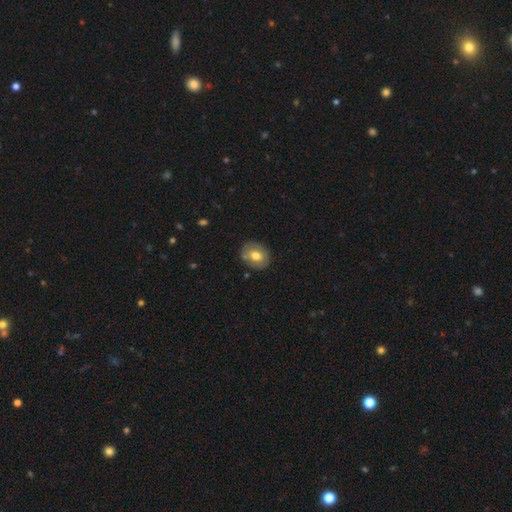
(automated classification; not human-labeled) Overall: smooth (67%). How rounded: round (56%; in between 43%). Merging: none (80%).